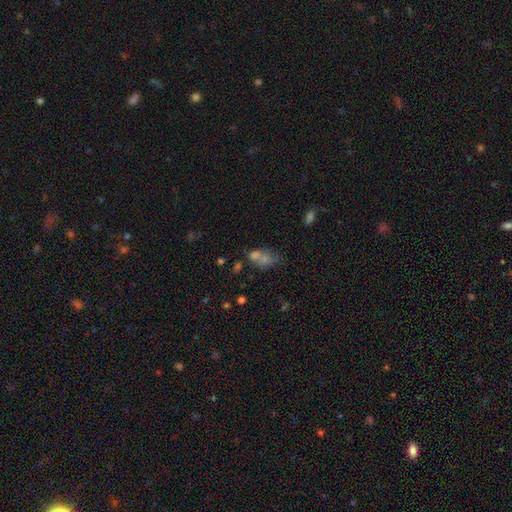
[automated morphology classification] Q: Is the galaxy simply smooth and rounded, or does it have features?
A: smooth — 61%.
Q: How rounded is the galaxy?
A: in between — 67%.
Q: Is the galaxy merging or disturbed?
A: merger — 47%.